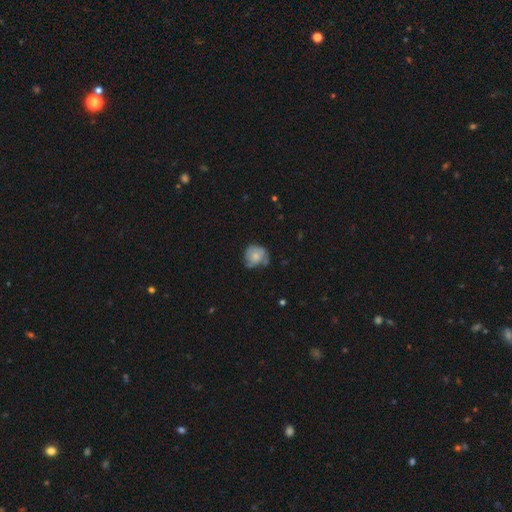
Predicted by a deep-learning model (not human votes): This appears to be a smooth galaxy with no disk features (61%) that is round (78%). Merging: none (51%).